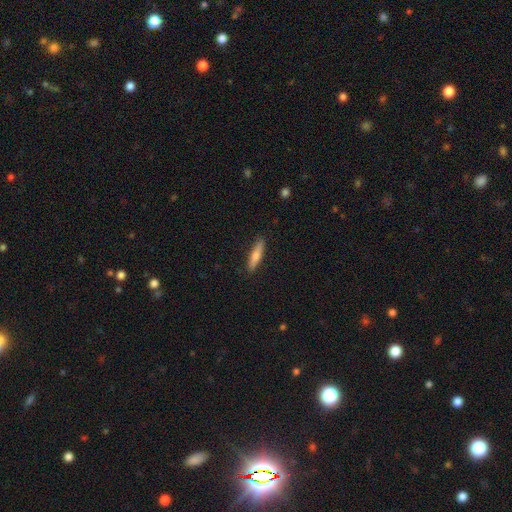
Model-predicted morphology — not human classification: smooth-or-featured: smooth: 64% | featured or disk: 30% | star or artifact: 6%
  how-rounded: cigar-shaped: 84% | in between: 14% | round: 2%
  merging: none: 89% | minor disturbance: 8% | major disturbance: 2% | merger: 1%